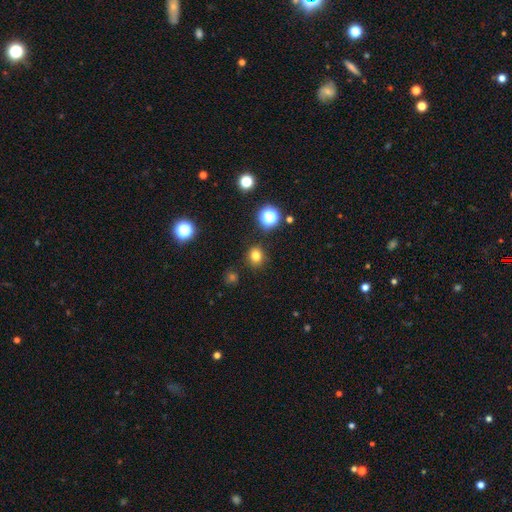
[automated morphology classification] Smooth or featured: smooth — 77% (star or artifact — 17%)
How rounded: round — 76% (in between — 23%)
Merging: none — 87% (minor disturbance — 8%)